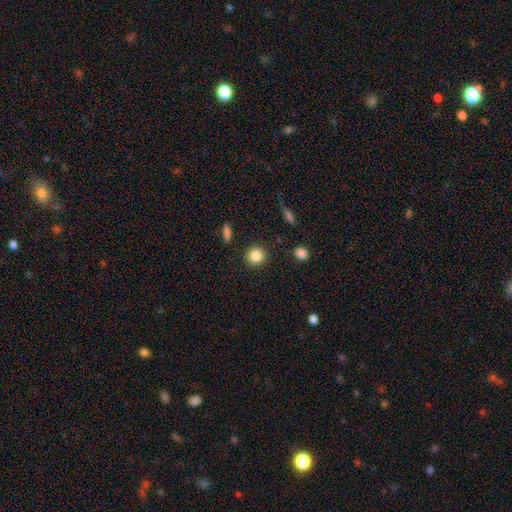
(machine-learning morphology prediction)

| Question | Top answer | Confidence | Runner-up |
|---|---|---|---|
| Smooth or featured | smooth | 85% | star or artifact (10%) |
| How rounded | round | 90% | in between (9%) |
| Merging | none | 90% | minor disturbance (6%) |